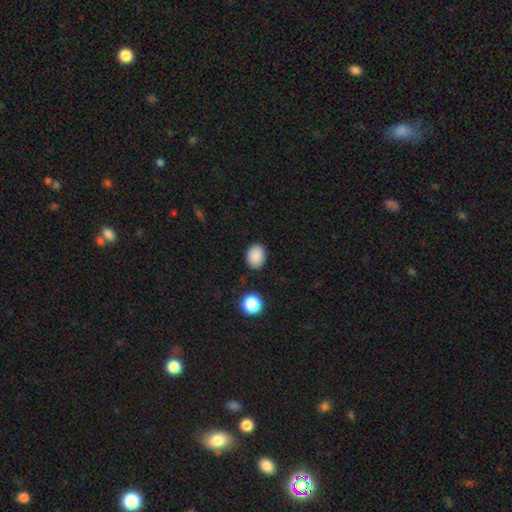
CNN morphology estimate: type=smooth (88%); roundness=in between (66%); merging=none (85%).